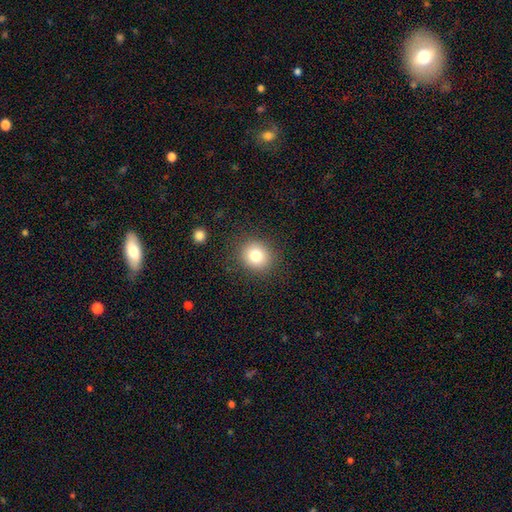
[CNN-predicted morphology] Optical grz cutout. It shows a smooth galaxy with no disk features (79%) that is round (81%). Merging: none (87%).